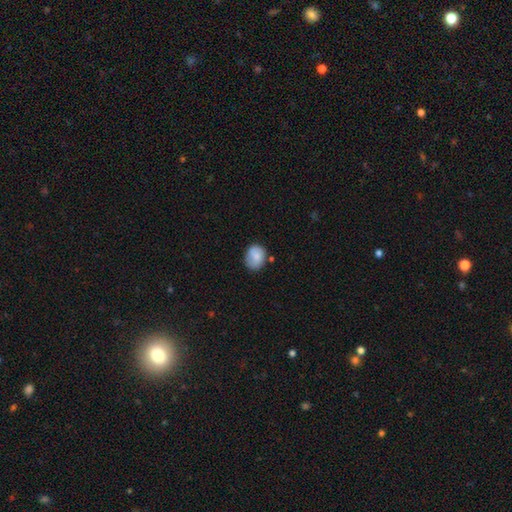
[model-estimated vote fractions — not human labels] Smooth or featured: smooth — 81% (featured or disk — 12%)
How rounded: round — 50% (in between — 49%)
Merging: none — 65% (minor disturbance — 25%)